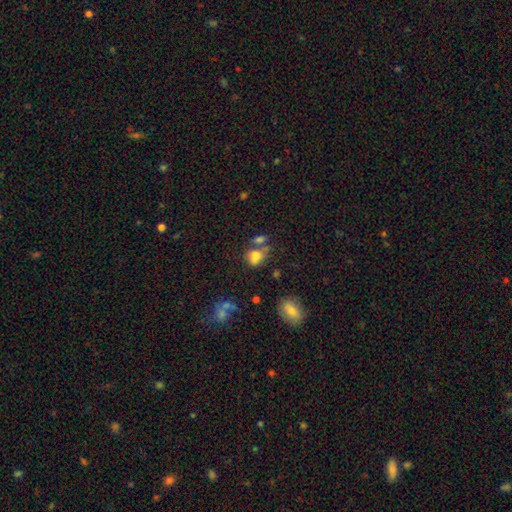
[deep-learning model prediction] The model was most divided on "merging": none: 40%, merger: 34%, minor disturbance: 18%, major disturbance: 9%. More confident: smooth or featured — smooth (71%); how rounded — in between (57%).